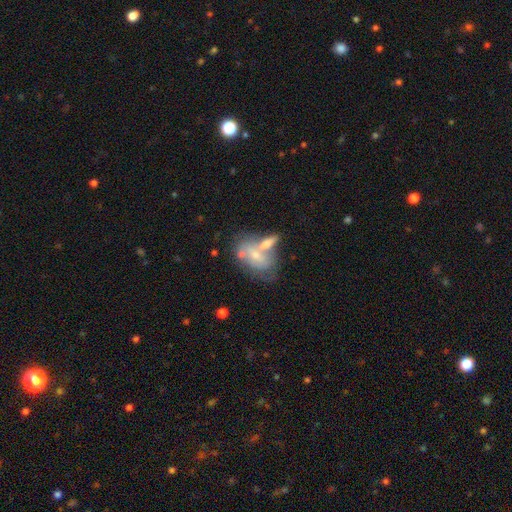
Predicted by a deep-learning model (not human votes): smooth-or-featured: smooth: 54% | featured or disk: 38% | star or artifact: 7%
  how-rounded: in between: 82% | round: 13% | cigar-shaped: 5%
  merging: merger: 50% | none: 26% | minor disturbance: 14% | major disturbance: 9%